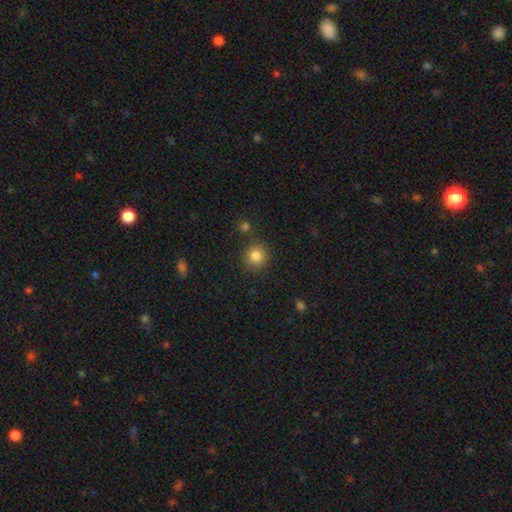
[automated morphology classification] smooth-or-featured: smooth: 83% | star or artifact: 12% | featured or disk: 5%
  how-rounded: round: 92% | in between: 7% | cigar-shaped: 1%
  merging: none: 84% | minor disturbance: 8% | merger: 6% | major disturbance: 3%